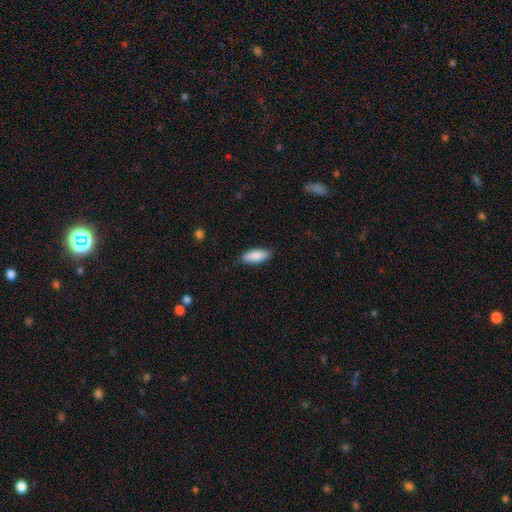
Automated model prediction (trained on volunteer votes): Q: Smooth or featured?
A: smooth (88%); runner-up: featured or disk (7%)
Q: How rounded?
A: in between (76%); runner-up: cigar-shaped (22%)
Q: Merging?
A: none (84%); runner-up: minor disturbance (12%)